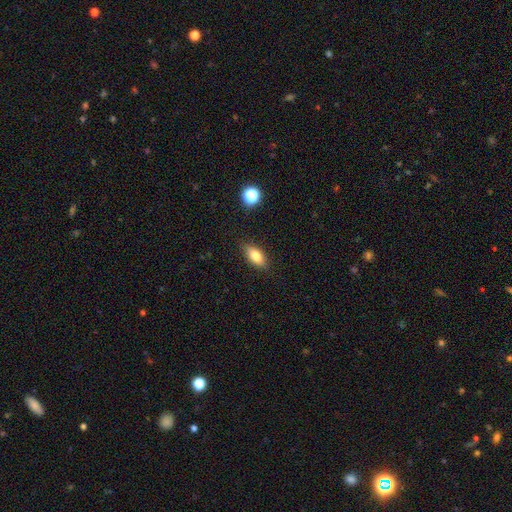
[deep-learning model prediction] This is likely a smooth galaxy (78%). How rounded: clearly in between (82%). Merging: clearly none (86%).